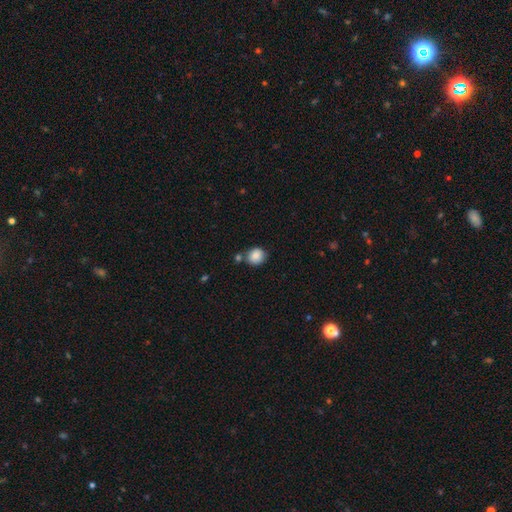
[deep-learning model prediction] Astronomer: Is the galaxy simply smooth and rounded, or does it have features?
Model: smooth — 86%.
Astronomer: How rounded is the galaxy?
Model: round — 76%.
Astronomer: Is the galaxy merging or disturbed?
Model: none — 68%.